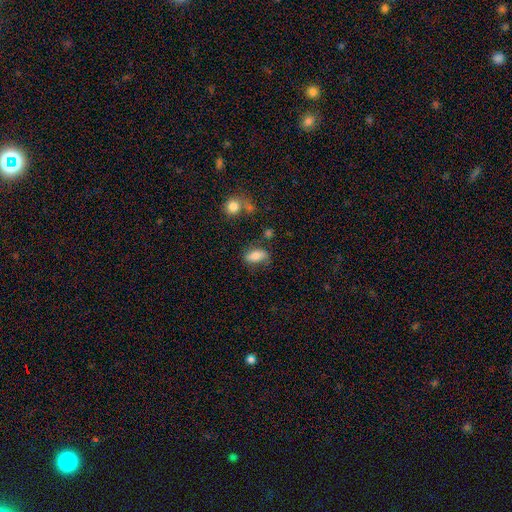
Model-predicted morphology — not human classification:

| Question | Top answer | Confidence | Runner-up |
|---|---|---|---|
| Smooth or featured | smooth | 78% | featured or disk (13%) |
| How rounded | in between | 87% | cigar-shaped (7%) |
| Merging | none | 62% | minor disturbance (24%) |